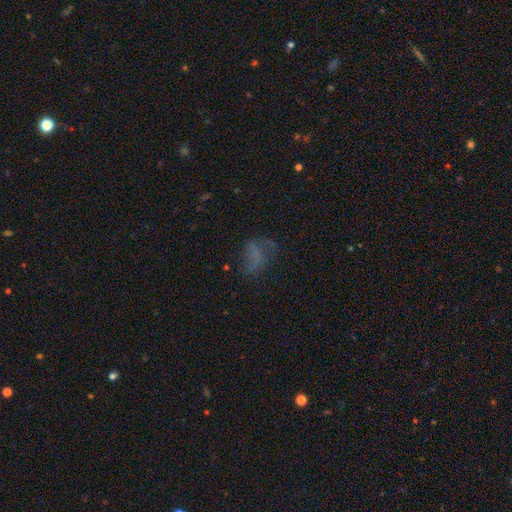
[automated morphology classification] Q: Smooth or featured?
A: smooth (46%); runner-up: featured or disk (31%)
Q: Merging?
A: none (44%); runner-up: major disturbance (31%)